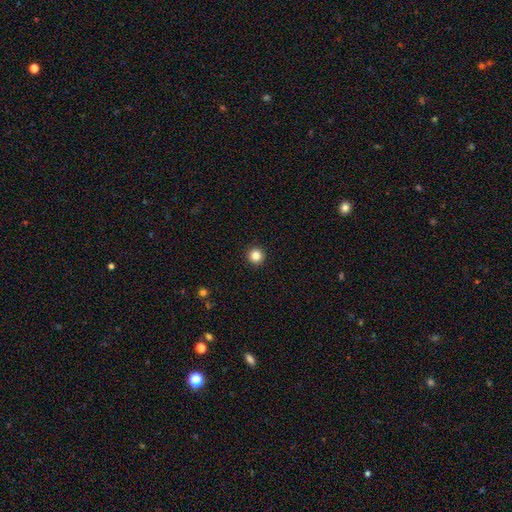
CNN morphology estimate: A smooth galaxy with no disk features (84%) that is round (97%).

Vote fractions:
- Smooth or featured? smooth: 84% / star or artifact: 11% / featured or disk: 5%
- How rounded? round: 97% / in between: 3% / cigar-shaped: 1%
- Merging? none: 94% / minor disturbance: 4% / major disturbance: 1% / merger: 1%